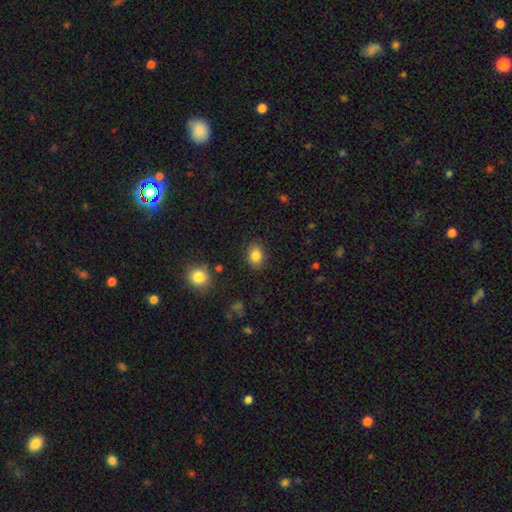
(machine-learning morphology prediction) This appears to be a smooth galaxy with no disk features (84%) that is in between round and cigar-shaped (62%). Merging: none (86%).